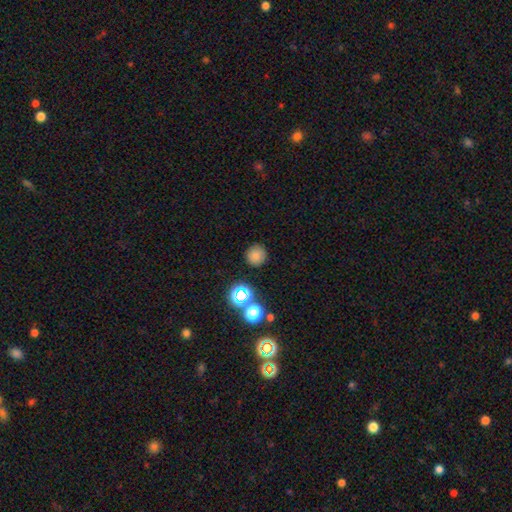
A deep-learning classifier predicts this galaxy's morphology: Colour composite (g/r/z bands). It shows a smooth galaxy with no disk features (76%) that is round (93%). Merging: none (87%).